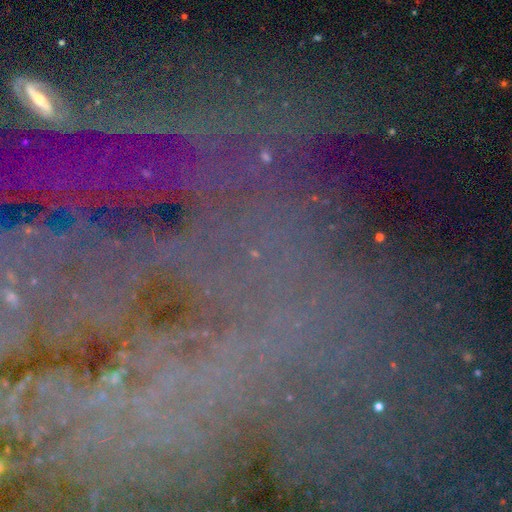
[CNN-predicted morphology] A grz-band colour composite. It shows a star or artifact, not a galaxy (73%).